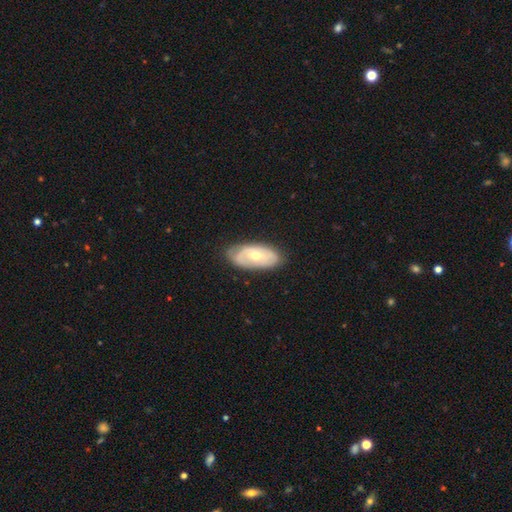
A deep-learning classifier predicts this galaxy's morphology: This appears to be a featured or disk galaxy (59%) with no bar (78%), no spiral arms (55%) and a moderate central bulge (71%). Merging: none (77%).